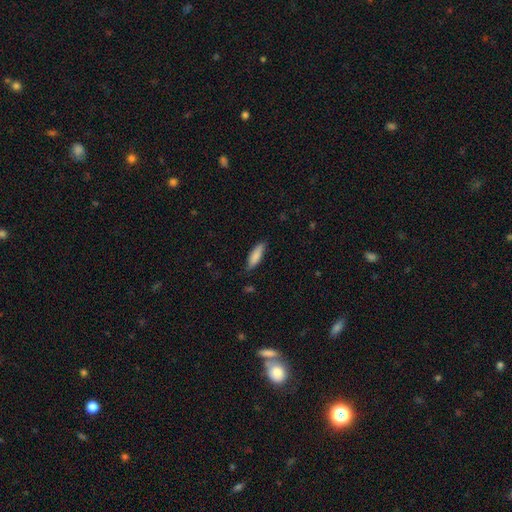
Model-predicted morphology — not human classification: Smooth or featured? Predicted: smooth (p=0.85). How rounded? Predicted: cigar-shaped (p=0.50). Merging? Predicted: none (p=0.78).